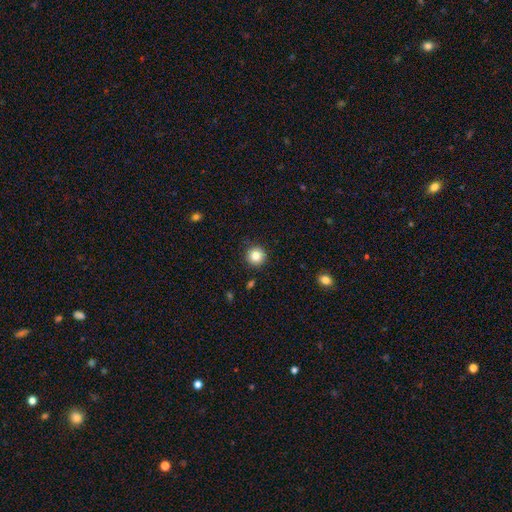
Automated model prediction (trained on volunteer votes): smooth-or-featured: smooth: 84% | star or artifact: 10% | featured or disk: 6%
  how-rounded: round: 95% | in between: 4% | cigar-shaped: 1%
  merging: none: 91% | minor disturbance: 6% | major disturbance: 2% | merger: 1%